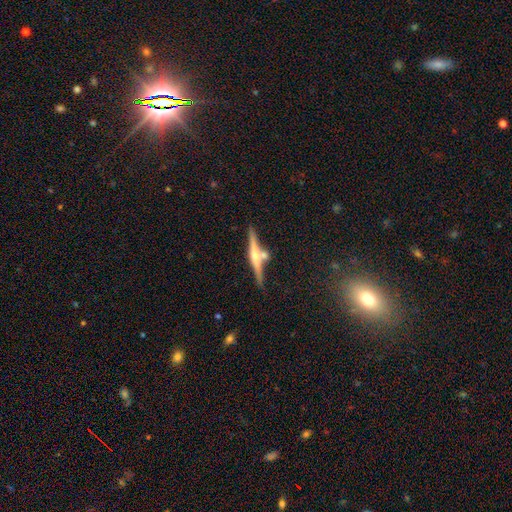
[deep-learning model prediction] Smooth or featured: featured or disk — 70% (smooth — 23%)
Edge-on disk: yes — 97% (no — 3%)
Edge-on bulge: rounded — 80% (boxy — 10%)
Merging: none — 69% (merger — 16%)